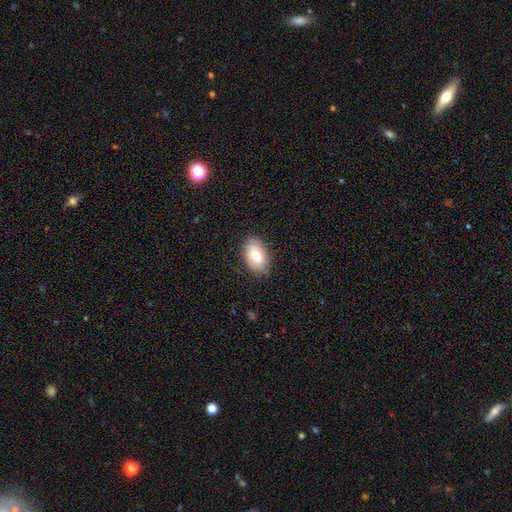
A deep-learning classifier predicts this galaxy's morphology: Overall: smooth (75%). How rounded: in between (90%). Merging: none (85%).